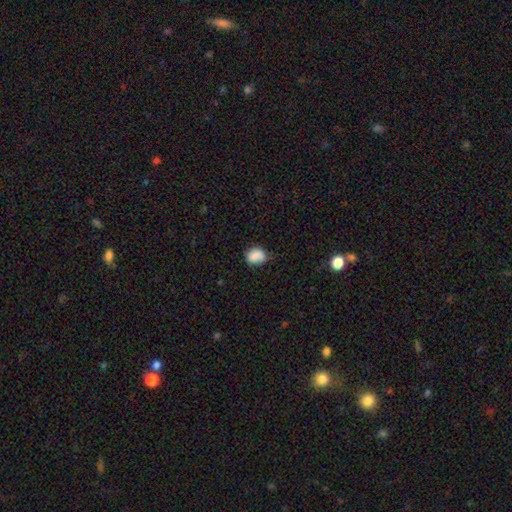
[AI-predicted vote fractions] This is clearly a smooth galaxy (82%). How rounded: possibly in between (57%). Merging: possibly none (57%).